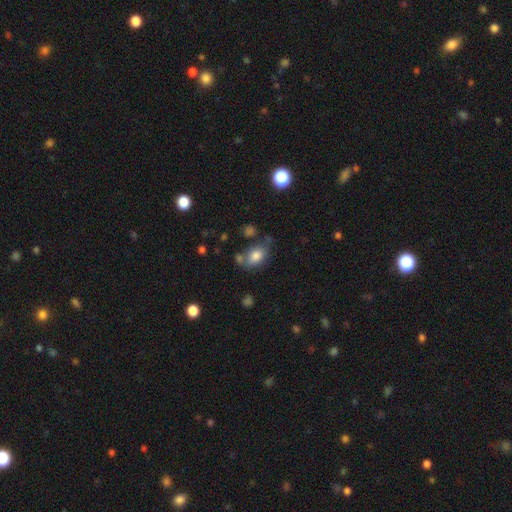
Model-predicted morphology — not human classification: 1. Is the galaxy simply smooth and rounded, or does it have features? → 79% smooth, 11% featured or disk, 9% star or artifact.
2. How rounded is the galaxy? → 80% in between, 18% round, 2% cigar-shaped.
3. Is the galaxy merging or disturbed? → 55% none, 23% minor disturbance, 14% merger, 9% major disturbance.